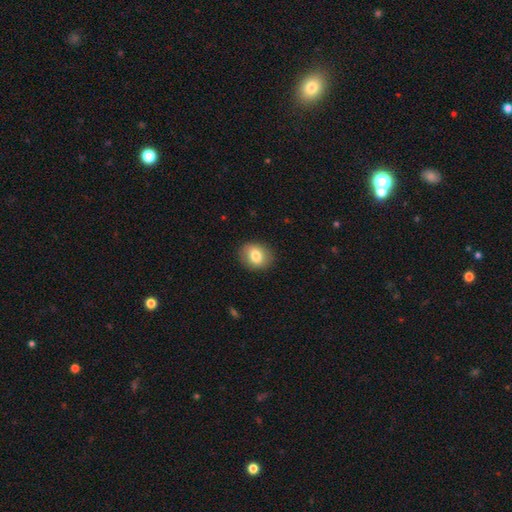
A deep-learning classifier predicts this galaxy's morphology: Smooth or featured? Predicted: smooth (p=0.79). How rounded? Predicted: round (p=0.50). Merging? Predicted: none (p=0.87).